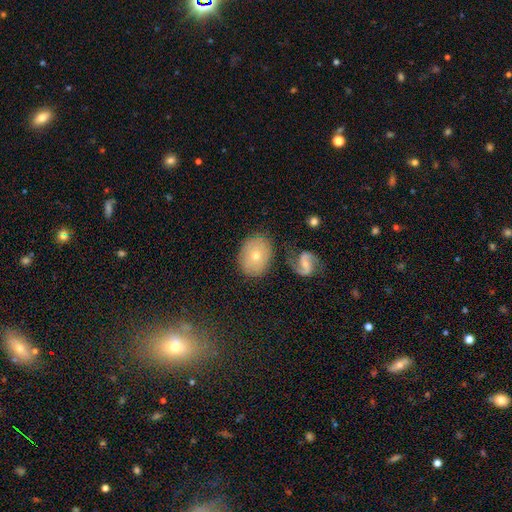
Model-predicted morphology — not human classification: Smooth or featured?
  - smooth: 51% *
  - featured or disk: 37%
  - star or artifact: 11%
How rounded?
  - in between: 60% *
  - round: 39%
  - cigar-shaped: 1%
Merging?
  - none: 74% *
  - minor disturbance: 16%
  - merger: 5%
  - major disturbance: 5%